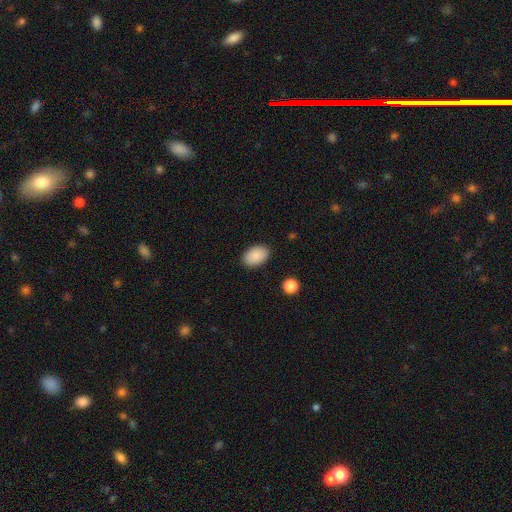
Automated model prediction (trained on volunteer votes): Smooth or featured? Predicted: smooth (p=0.89). How rounded? Predicted: in between (p=0.90). Merging? Predicted: none (p=0.88).